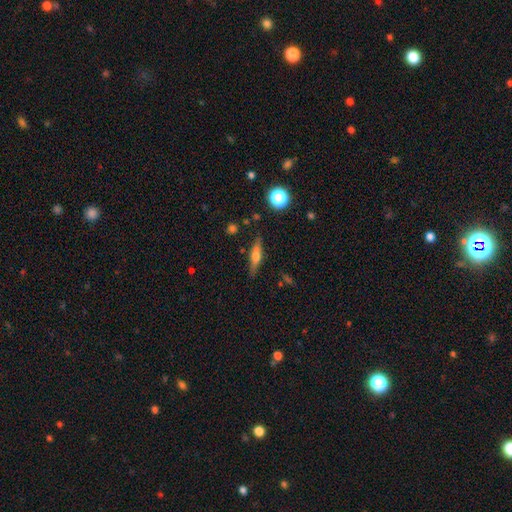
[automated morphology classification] smooth_or_featured: featured or disk (p=0.52) [alt: smooth p=0.39]
disk_edge_on: yes (p=0.93) [alt: no p=0.07]
merging: none (p=0.84) [alt: minor disturbance p=0.11]